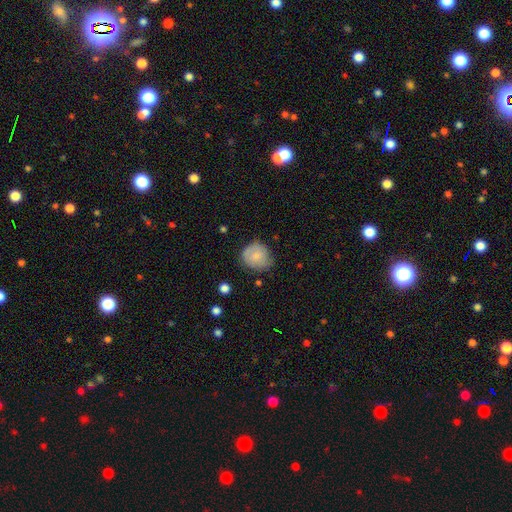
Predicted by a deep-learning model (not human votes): Morphology: type=smooth (75%); roundness=round (79%); merging=none (62%).